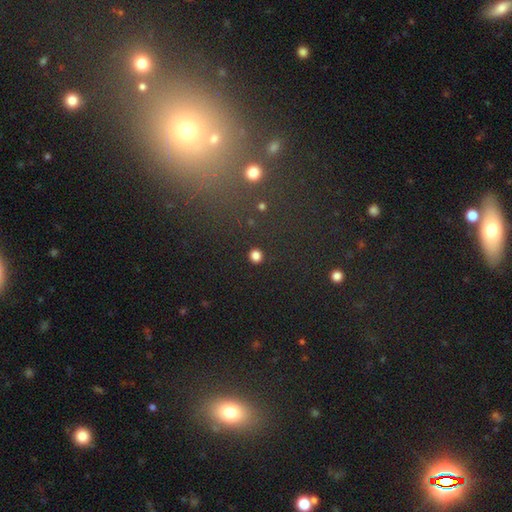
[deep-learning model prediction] This appears to be a smooth galaxy with no disk features (82%) that is round (87%). Merging: none (91%).